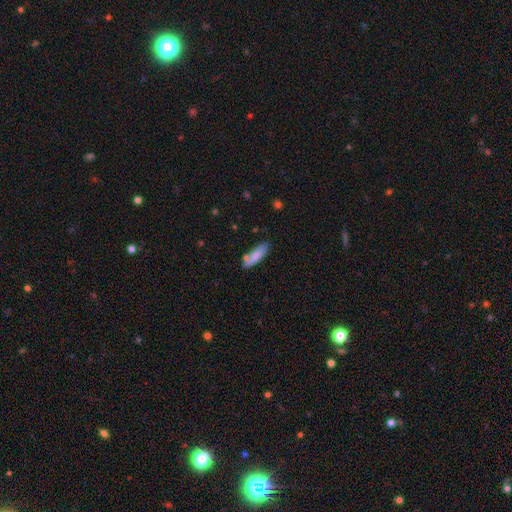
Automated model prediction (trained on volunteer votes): Morphology: type=smooth (77%); roundness=cigar-shaped (59%); merging=none (72%).